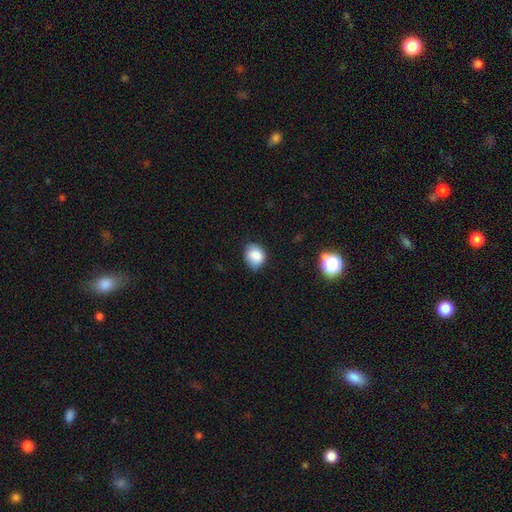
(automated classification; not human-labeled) smooth_or_featured: smooth (p=0.84) [alt: star or artifact p=0.10]
how_rounded: round (p=0.56) [alt: in between p=0.43]
merging: none (p=0.69) [alt: minor disturbance p=0.25]